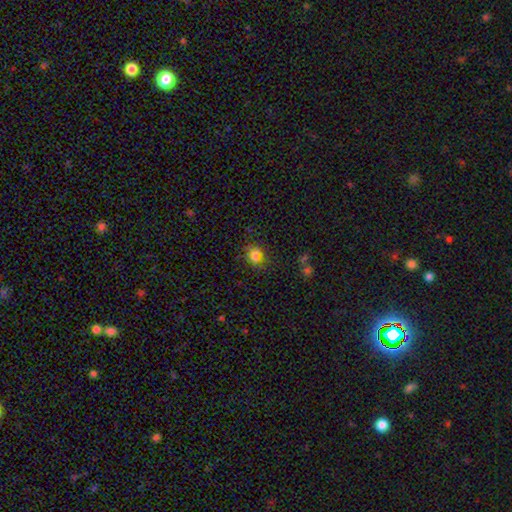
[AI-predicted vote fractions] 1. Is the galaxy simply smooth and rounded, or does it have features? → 71% smooth, 21% star or artifact, 9% featured or disk.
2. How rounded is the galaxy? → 52% round, 46% in between, 2% cigar-shaped.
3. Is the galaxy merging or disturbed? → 79% none, 13% minor disturbance, 4% major disturbance, 3% merger.